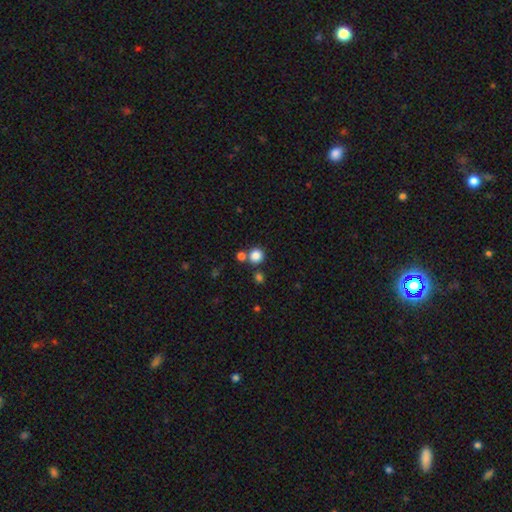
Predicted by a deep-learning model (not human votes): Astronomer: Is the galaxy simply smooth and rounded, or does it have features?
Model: smooth — 84%.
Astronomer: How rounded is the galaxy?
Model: round — 91%.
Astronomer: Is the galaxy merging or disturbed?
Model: none — 73%.